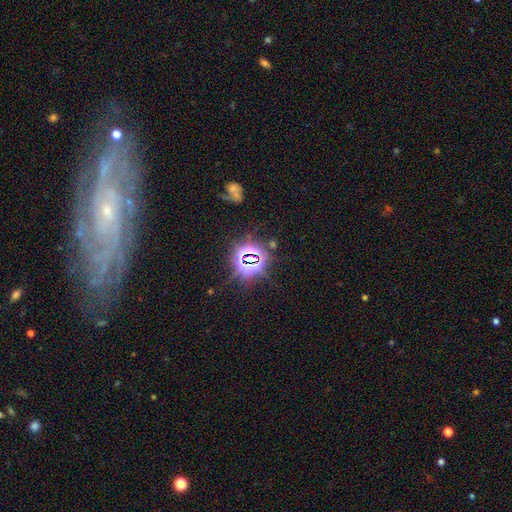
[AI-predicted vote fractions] The model was most divided on "smooth or featured": star or artifact: 79%, smooth: 12%, featured or disk: 9%.